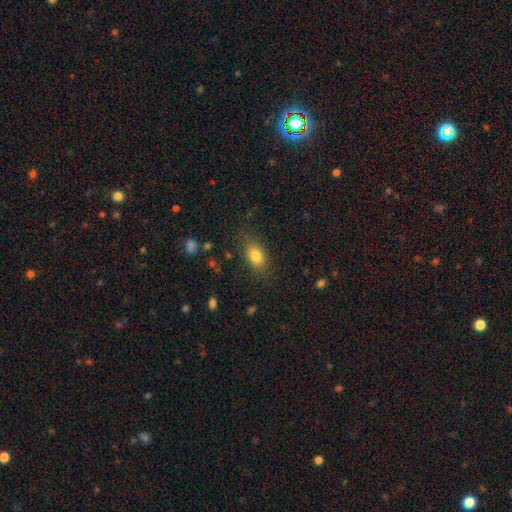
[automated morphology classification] This is clearly a smooth galaxy (81%). How rounded: clearly in between (84%). Merging: likely none (79%).